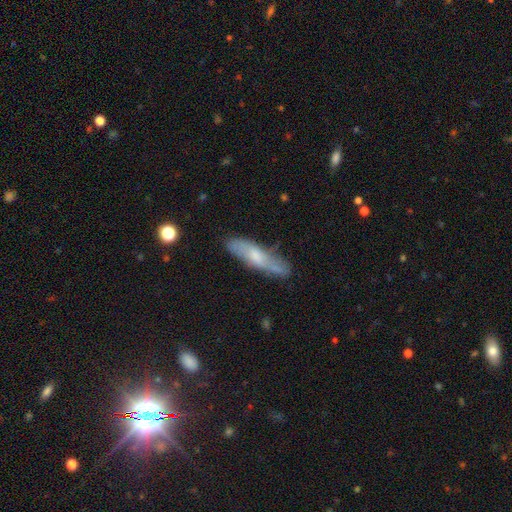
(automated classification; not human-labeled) The model was most divided on "smooth or featured": smooth: 48%, featured or disk: 44%, star or artifact: 7%. More confident: merging — none (72%).